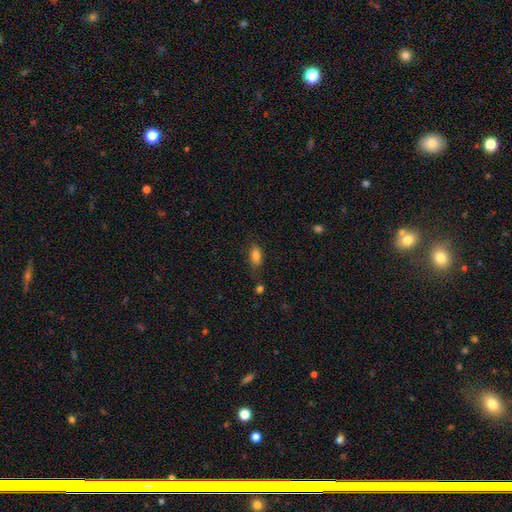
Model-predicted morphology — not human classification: The model was most divided on "merging": none: 70%, minor disturbance: 20%, major disturbance: 6%, merger: 4%. More confident: how rounded — in between (87%); smooth or featured — smooth (83%).